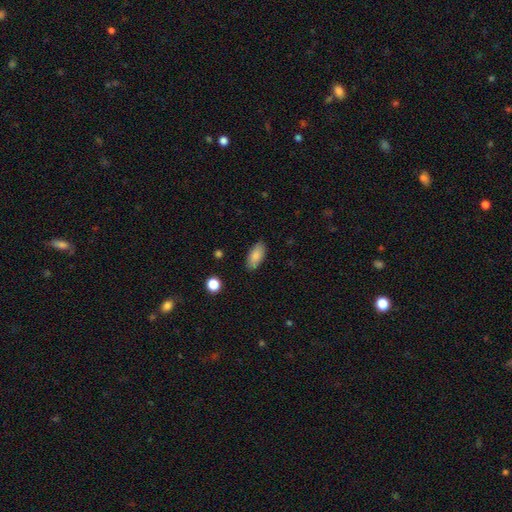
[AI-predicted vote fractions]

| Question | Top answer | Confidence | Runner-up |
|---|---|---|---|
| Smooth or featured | smooth | 86% | featured or disk (7%) |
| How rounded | in between | 91% | cigar-shaped (7%) |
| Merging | none | 87% | minor disturbance (9%) |